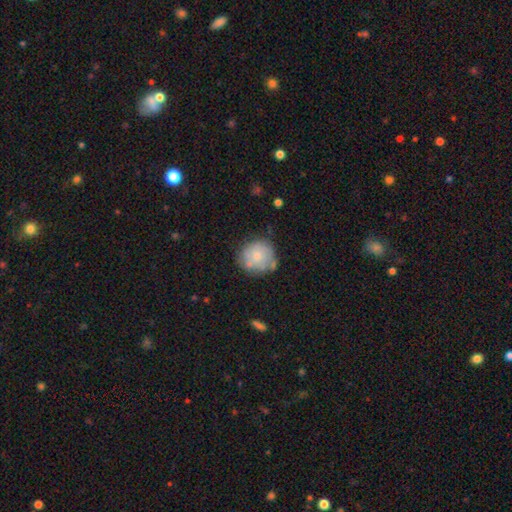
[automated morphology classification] A smooth galaxy with no disk features (62%) that is round (87%).

Vote fractions:
- Smooth or featured? smooth: 62% / featured or disk: 30% / star or artifact: 7%
- How rounded? round: 87% / in between: 12% / cigar-shaped: 1%
- Merging? none: 62% / minor disturbance: 23% / merger: 8% / major disturbance: 7%